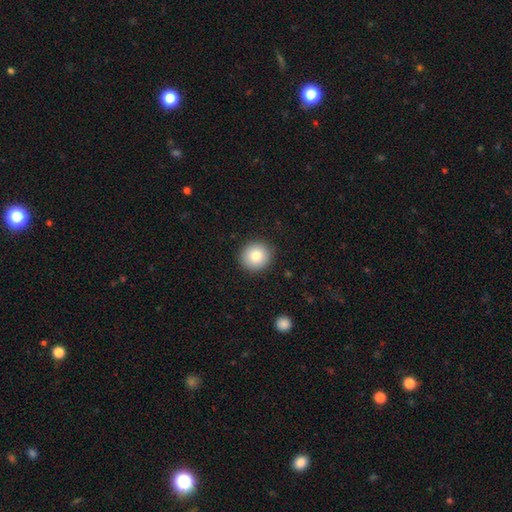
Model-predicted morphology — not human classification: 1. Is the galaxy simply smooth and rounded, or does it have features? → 81% smooth, 10% featured or disk, 9% star or artifact.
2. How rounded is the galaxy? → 92% round, 7% in between, 1% cigar-shaped.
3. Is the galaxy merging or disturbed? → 91% none, 7% minor disturbance, 2% major disturbance, 1% merger.